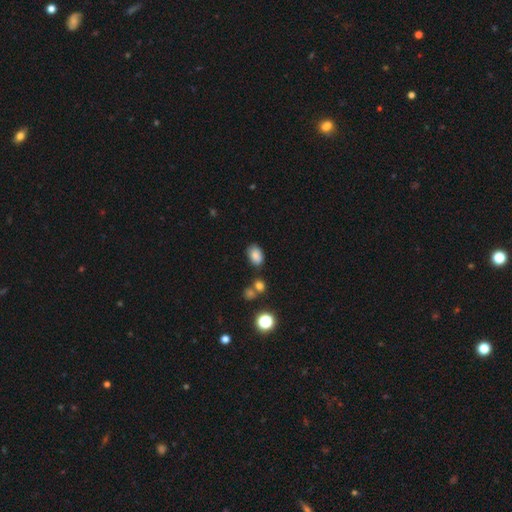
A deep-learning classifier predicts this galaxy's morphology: A smooth galaxy with no disk features (83%) that is in between round and cigar-shaped (86%).

Vote fractions:
- Smooth or featured? smooth: 83% / star or artifact: 11% / featured or disk: 6%
- How rounded? in between: 86% / round: 13% / cigar-shaped: 1%
- Merging? none: 74% / minor disturbance: 15% / merger: 7% / major disturbance: 4%